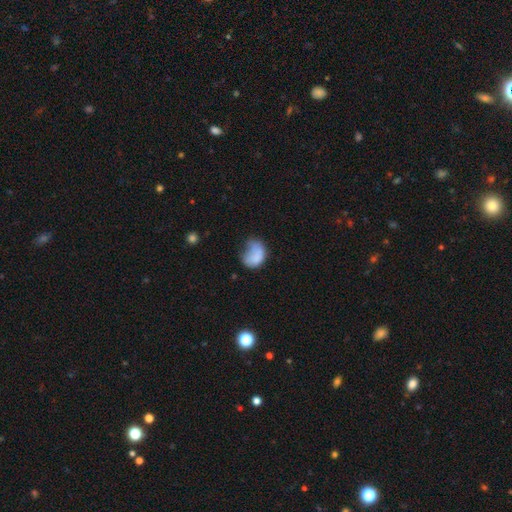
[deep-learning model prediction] A smooth galaxy with no disk features (71%) that is in between round and cigar-shaped (73%). Merging: major disturbance (37%).